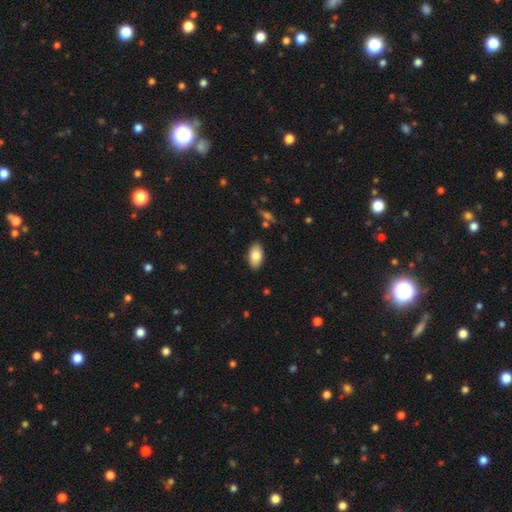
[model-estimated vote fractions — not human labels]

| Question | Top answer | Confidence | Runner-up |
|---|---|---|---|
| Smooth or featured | smooth | 84% | featured or disk (10%) |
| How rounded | in between | 94% | round (3%) |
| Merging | none | 87% | minor disturbance (9%) |